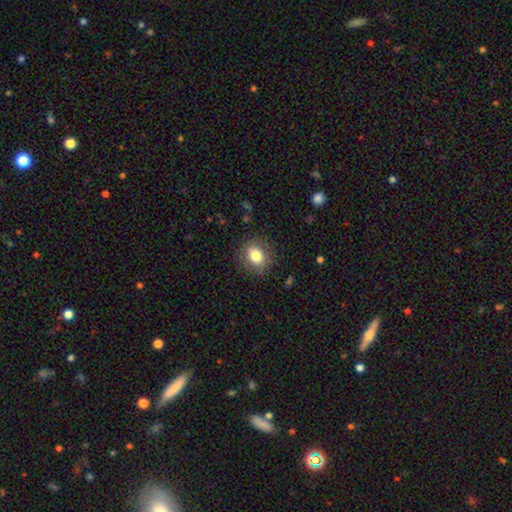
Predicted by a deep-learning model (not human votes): A smooth galaxy with no disk features (78%) that is round (62%).

Vote fractions:
- Smooth or featured? smooth: 78% / featured or disk: 13% / star or artifact: 9%
- How rounded? round: 62% / in between: 37% / cigar-shaped: 1%
- Merging? none: 84% / minor disturbance: 11% / major disturbance: 4% / merger: 1%